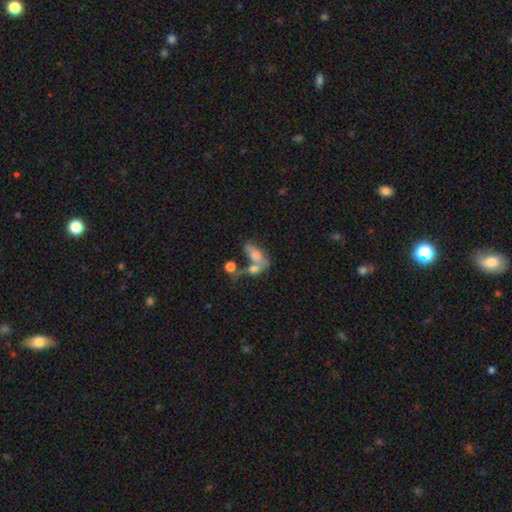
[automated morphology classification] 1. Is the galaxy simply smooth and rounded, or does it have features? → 57% smooth, 31% featured or disk, 12% star or artifact.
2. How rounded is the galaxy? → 81% in between, 12% cigar-shaped, 7% round.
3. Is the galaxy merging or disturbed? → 48% merger, 27% none, 13% major disturbance, 13% minor disturbance.